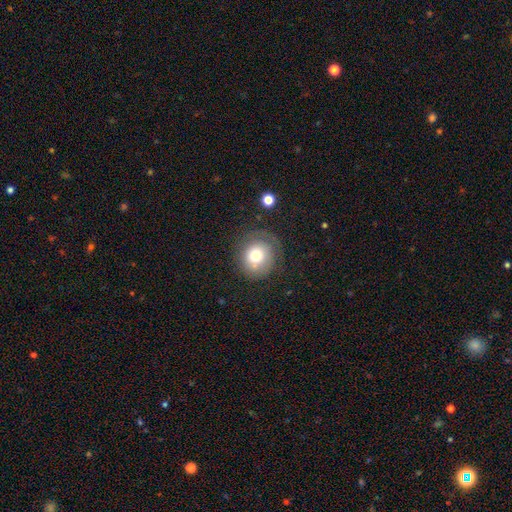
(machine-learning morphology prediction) smooth-or-featured: smooth: 71% | featured or disk: 18% | star or artifact: 11%
  how-rounded: round: 85% | in between: 15% | cigar-shaped: 1%
  merging: none: 68% | minor disturbance: 19% | major disturbance: 9% | merger: 4%